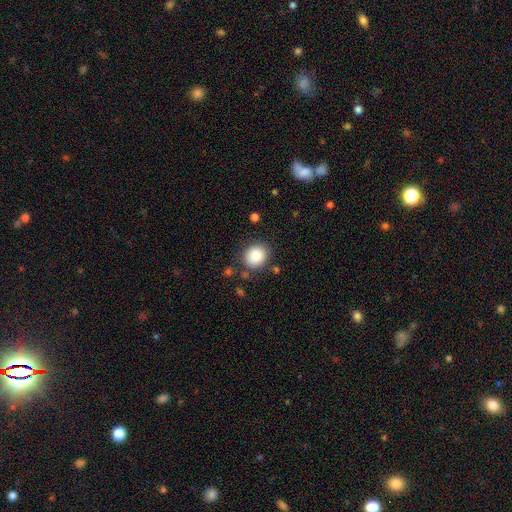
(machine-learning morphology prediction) This appears to be a smooth galaxy with no disk features (87%) that is round (71%). Merging: none (82%).